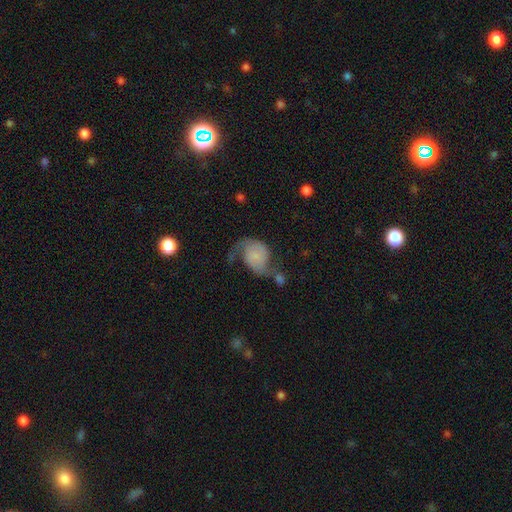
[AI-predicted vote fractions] Smooth or featured? featured or disk (67%)
Edge-on disk? no (98%)
Bar? no (71%)
Spiral arms? yes (92%)
Spiral winding? loose (56%)
Spiral arm count? 2 (86%)
Bulge size? small (42%)
Merging? none (41%)